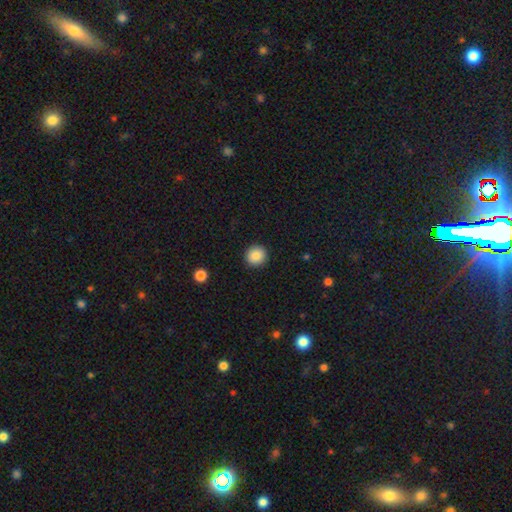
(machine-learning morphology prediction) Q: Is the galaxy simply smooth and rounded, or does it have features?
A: smooth — 87%.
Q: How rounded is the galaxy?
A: round — 93%.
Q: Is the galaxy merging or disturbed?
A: none — 92%.